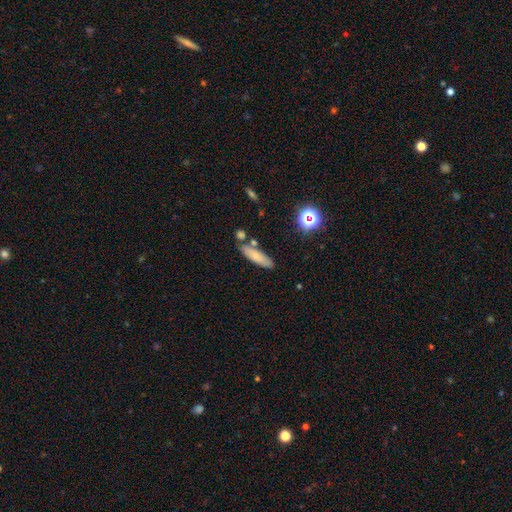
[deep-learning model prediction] smooth 75%, featured or disk 16%, star or artifact 9%. Down the decision tree: how rounded — cigar-shaped (58%); merging — none (75%).